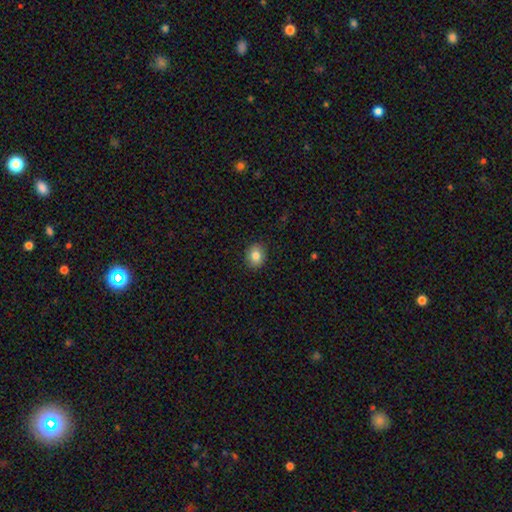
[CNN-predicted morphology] smooth_or_featured: smooth (p=0.83) [alt: star or artifact p=0.09]
how_rounded: round (p=0.60) [alt: in between p=0.39]
merging: none (p=0.90) [alt: minor disturbance p=0.07]